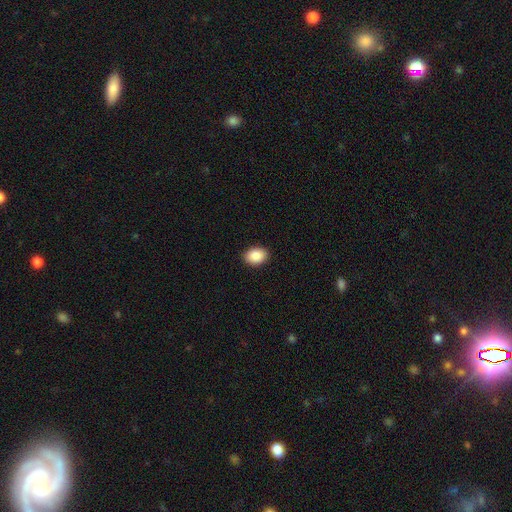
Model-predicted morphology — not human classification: smooth 89%, star or artifact 7%, featured or disk 4%. Down the decision tree: how rounded — in between (74%); merging — none (90%).